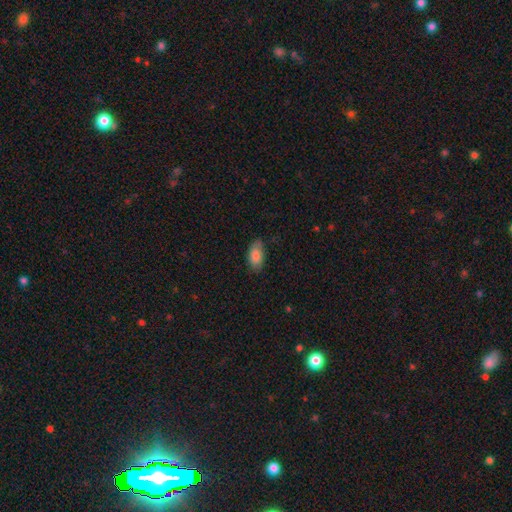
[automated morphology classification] Smooth or featured: smooth — 84% (featured or disk — 9%)
How rounded: in between — 92% (cigar-shaped — 4%)
Merging: none — 74% (minor disturbance — 21%)